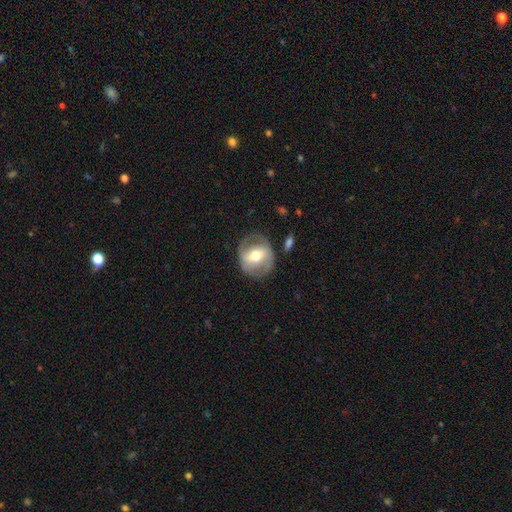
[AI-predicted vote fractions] A featured or disk galaxy (61%) with a strong bar (43%), spiral arms (51%) and a moderate central bulge (73%). Merging: none (75%).